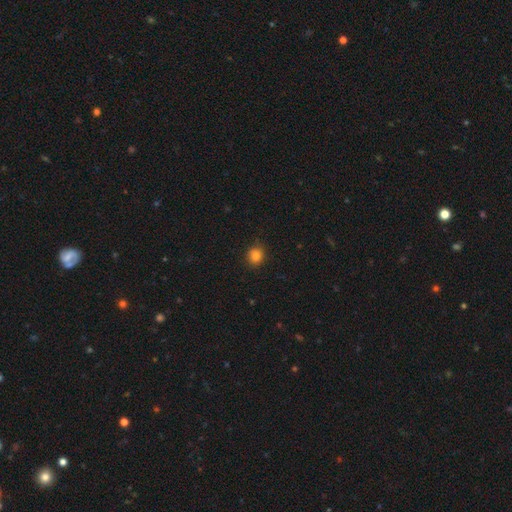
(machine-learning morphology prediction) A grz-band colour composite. It shows a smooth galaxy with no disk features (83%) that is round (80%). Merging: none (85%).